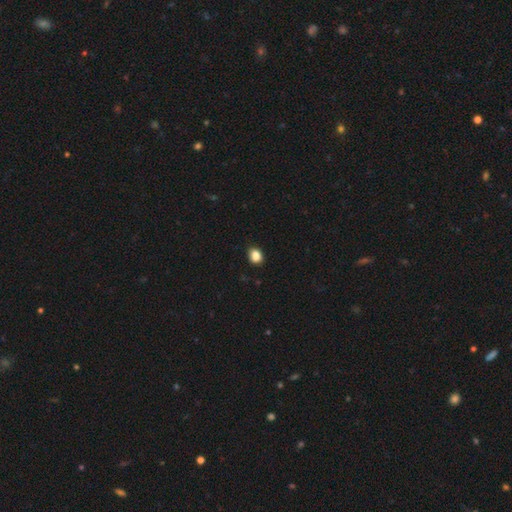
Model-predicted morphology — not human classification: smooth 87%, star or artifact 10%, featured or disk 3%. Down the decision tree: how rounded — in between (55%); merging — none (85%).